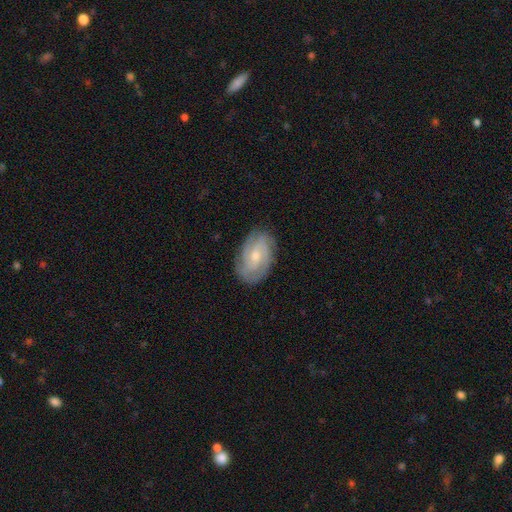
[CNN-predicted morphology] This is likely a featured or disk galaxy (80%). It is clearly not viewed edge-on (97%). Bar: possibly no (56%). Spiral arm pattern: clearly yes (96%). Spiral arm count: marginally 3 (34%). Spiral winding: possibly tight (59%). Central bulge: possibly small (51%). Merging: clearly none (81%).